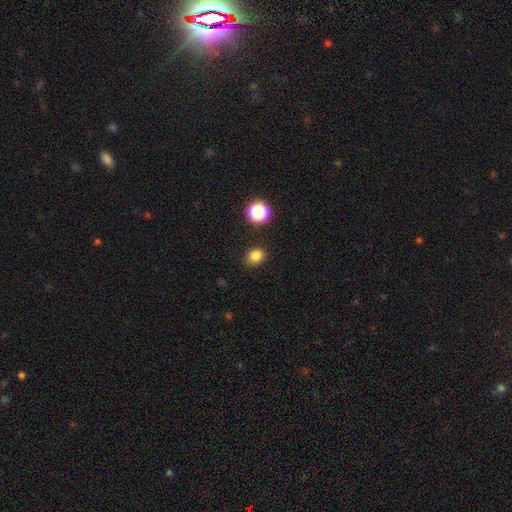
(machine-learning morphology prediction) Smooth or featured?
  - smooth: 83% *
  - star or artifact: 13%
  - featured or disk: 4%
How rounded?
  - round: 57% *
  - in between: 43%
  - cigar-shaped: 1%
Merging?
  - none: 85% *
  - minor disturbance: 11%
  - major disturbance: 3%
  - merger: 2%